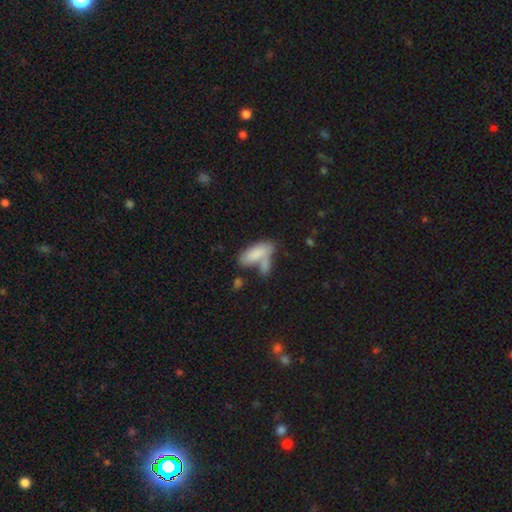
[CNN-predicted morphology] Overall: smooth (82%). How rounded: in between (76%). Merging: merger (41%; none 39%).